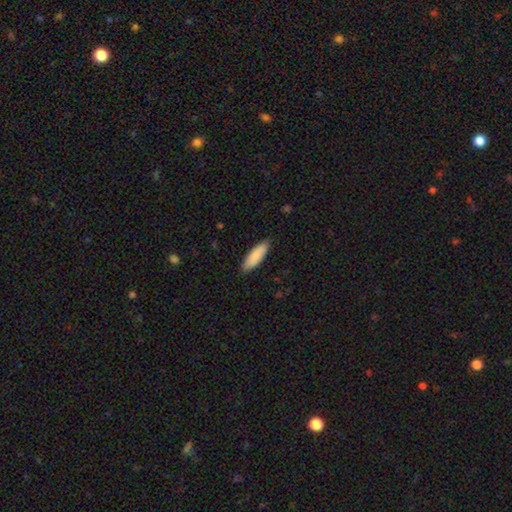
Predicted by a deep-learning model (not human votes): This appears to be a smooth galaxy with no disk features (87%) that is in between round and cigar-shaped (54%). Merging: none (86%).